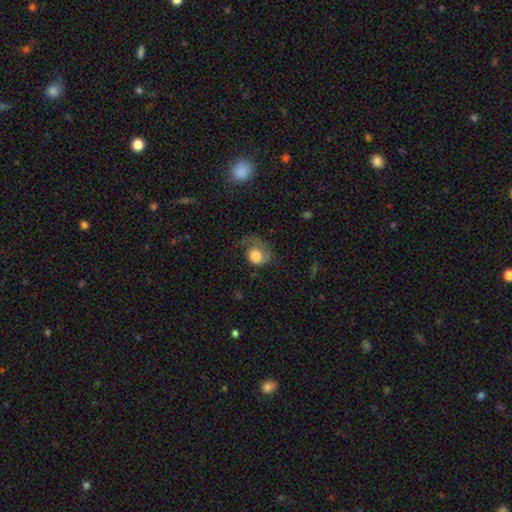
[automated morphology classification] This is possibly a smooth galaxy (51%). How rounded: likely round (67%). Merging: possibly major disturbance (47%).